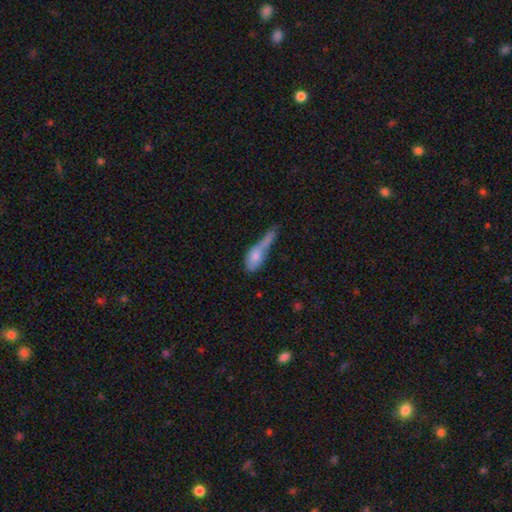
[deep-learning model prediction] Smooth or featured?
  - smooth: 69% *
  - featured or disk: 22%
  - star or artifact: 9%
How rounded?
  - in between: 65% *
  - cigar-shaped: 26%
  - round: 9%
Merging?
  - major disturbance: 31% *
  - merger: 30%
  - minor disturbance: 20%
  - none: 18%